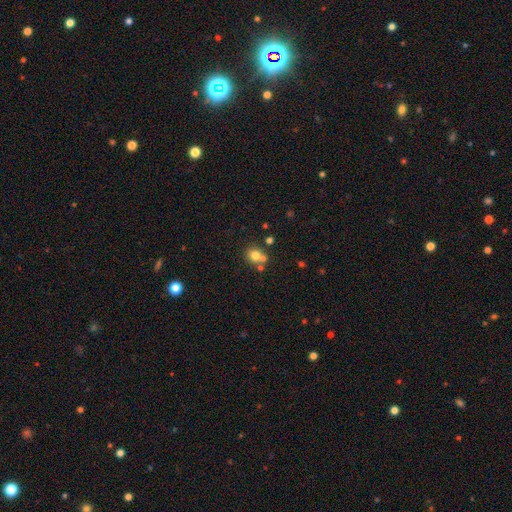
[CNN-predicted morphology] Smooth or featured? smooth (76%)
How rounded? round (85%)
Merging? none (58%)